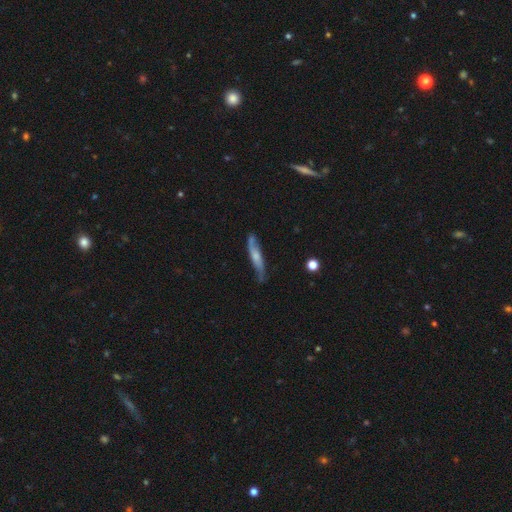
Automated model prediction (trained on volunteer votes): Smooth or featured: featured or disk — 57% (smooth — 37%)
Edge-on disk: yes — 61% (no — 39%)
Merging: none — 68% (minor disturbance — 23%)